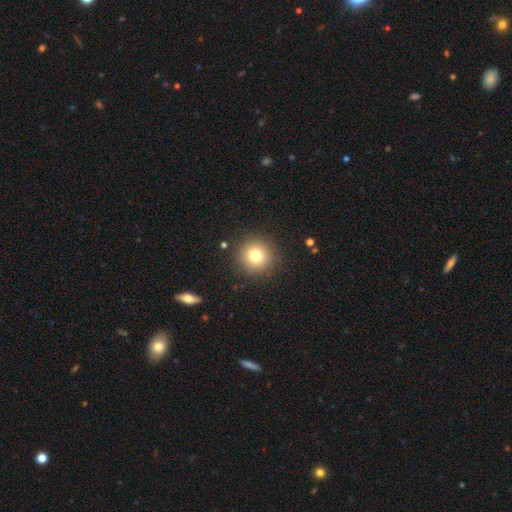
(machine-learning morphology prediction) Smooth or featured? Predicted: smooth (p=0.77). How rounded? Predicted: round (p=0.95). Merging? Predicted: none (p=0.89).